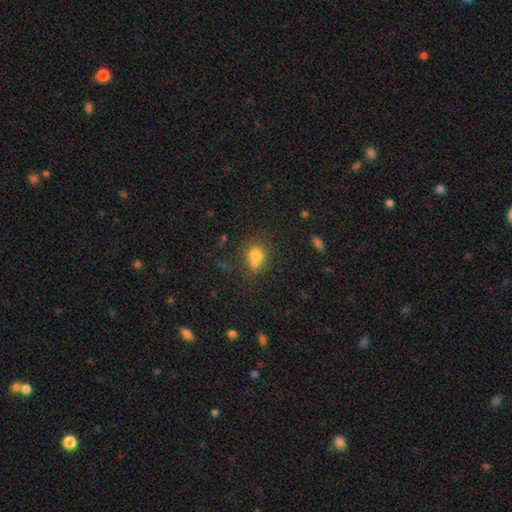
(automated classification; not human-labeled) Smooth or featured? Predicted: smooth (p=0.74). How rounded? Predicted: round (p=0.73). Merging? Predicted: none (p=0.43).